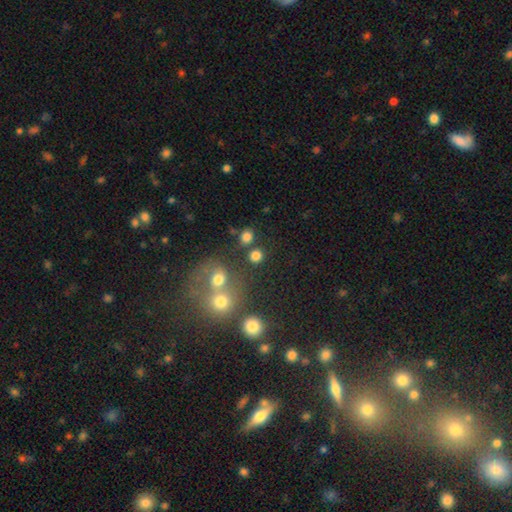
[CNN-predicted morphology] A smooth galaxy with no disk features (80%) that is round (83%).

Vote fractions:
- Smooth or featured? smooth: 80% / star or artifact: 14% / featured or disk: 7%
- How rounded? round: 83% / in between: 16% / cigar-shaped: 1%
- Merging? none: 73% / merger: 14% / minor disturbance: 8% / major disturbance: 4%